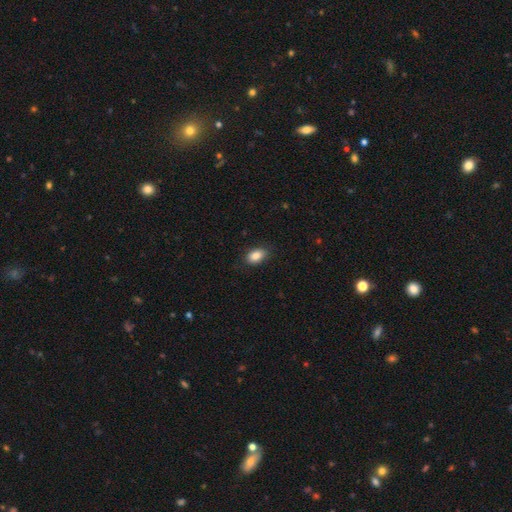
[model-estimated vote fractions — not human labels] A smooth galaxy with no disk features (86%) that is in between round and cigar-shaped (87%).

Vote fractions:
- Smooth or featured? smooth: 86% / star or artifact: 8% / featured or disk: 5%
- How rounded? in between: 87% / round: 11% / cigar-shaped: 2%
- Merging? none: 85% / minor disturbance: 12% / major disturbance: 3% / merger: 1%